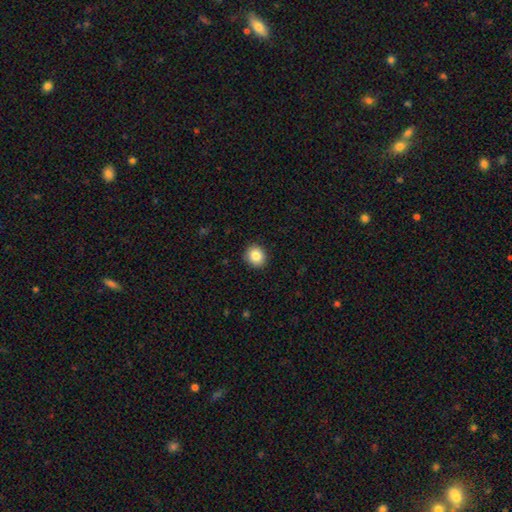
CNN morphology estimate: smooth-or-featured: smooth: 85% | star or artifact: 9% | featured or disk: 6%
  how-rounded: round: 79% | in between: 20% | cigar-shaped: 1%
  merging: none: 91% | minor disturbance: 6% | major disturbance: 2% | merger: 1%